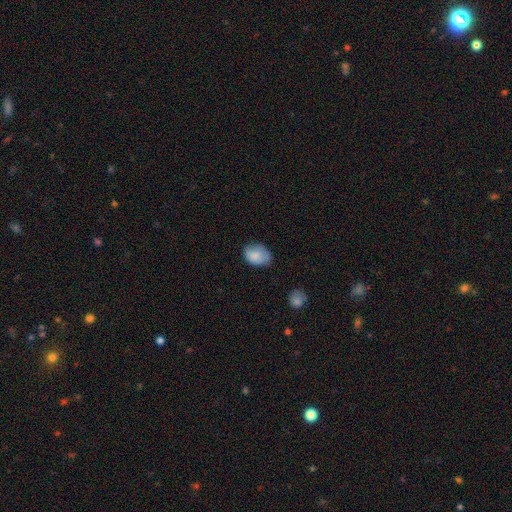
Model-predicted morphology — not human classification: Overall: smooth (83%). How rounded: in between (77%). Merging: none (61%; minor disturbance 31%).